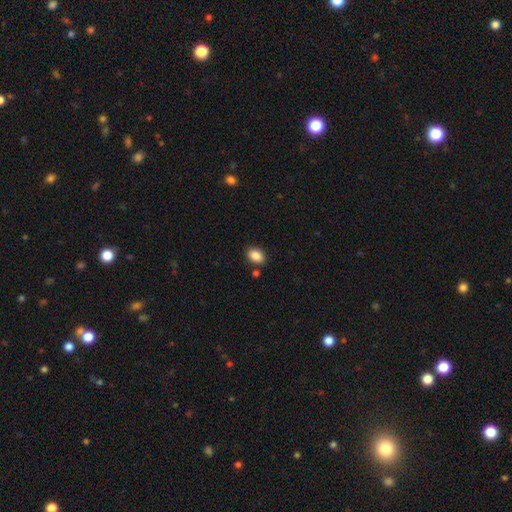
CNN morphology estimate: smooth_or_featured: smooth (p=0.88) [alt: star or artifact p=0.08]
how_rounded: in between (p=0.81) [alt: round p=0.18]
merging: none (p=0.83) [alt: minor disturbance p=0.10]